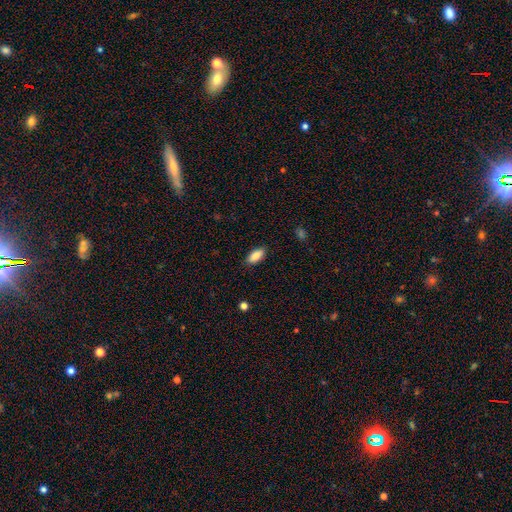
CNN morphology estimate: type=smooth (87%); roundness=in between (89%); merging=none (87%).